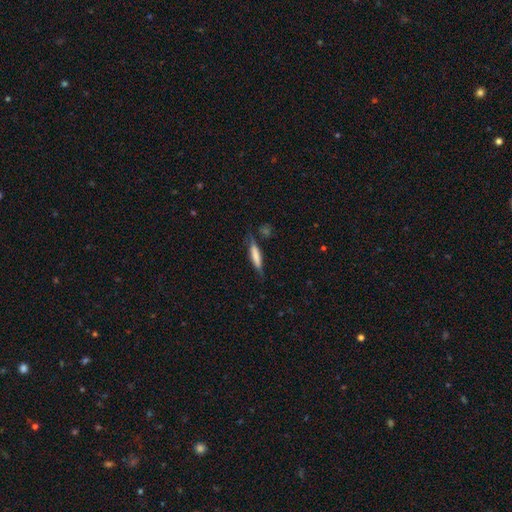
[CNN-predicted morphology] smooth_or_featured: smooth (p=0.64) [alt: featured or disk p=0.30]
how_rounded: cigar-shaped (p=0.83) [alt: in between p=0.15]
merging: none (p=0.71) [alt: minor disturbance p=0.20]